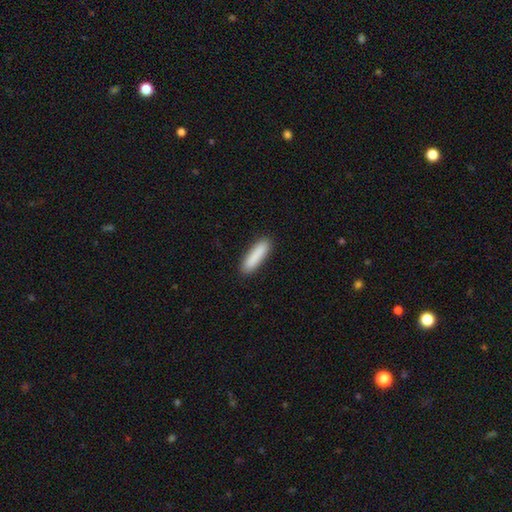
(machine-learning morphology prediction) Smooth or featured? Predicted: smooth (p=0.88). How rounded? Predicted: cigar-shaped (p=0.74). Merging? Predicted: none (p=0.89).